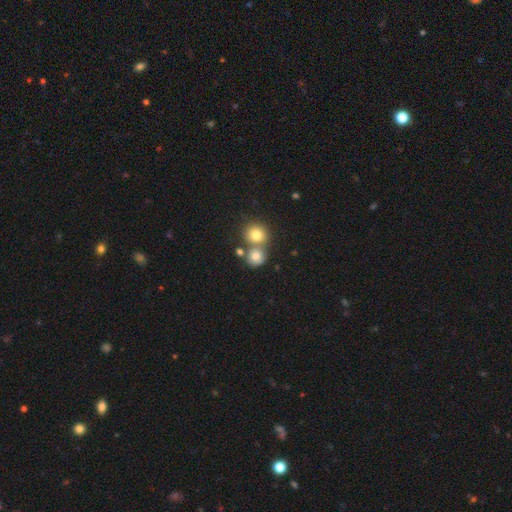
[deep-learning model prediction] smooth 74%, star or artifact 14%, featured or disk 12%. Down the decision tree: how rounded — round (84%); merging — none (52%).